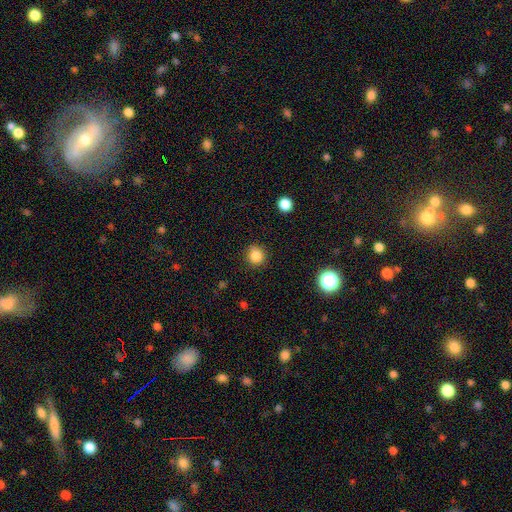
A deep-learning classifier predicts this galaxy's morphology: A smooth galaxy with no disk features (85%) that is round (92%).

Vote fractions:
- Smooth or featured? smooth: 85% / star or artifact: 12% / featured or disk: 4%
- How rounded? round: 92% / in between: 7% / cigar-shaped: 1%
- Merging? none: 89% / minor disturbance: 7% / major disturbance: 3% / merger: 1%